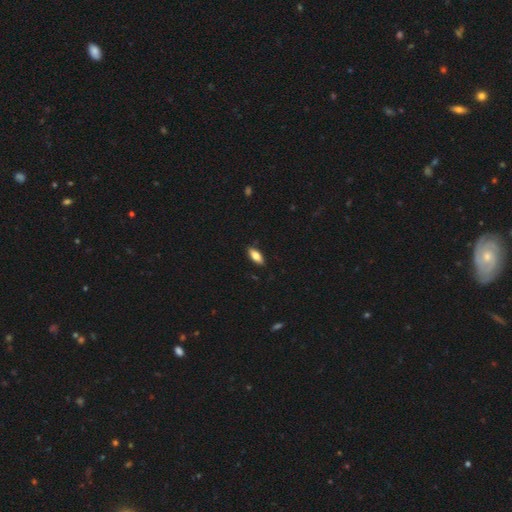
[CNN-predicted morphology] Smooth or featured? Predicted: smooth (p=0.78). How rounded? Predicted: in between (p=0.79). Merging? Predicted: none (p=0.87).